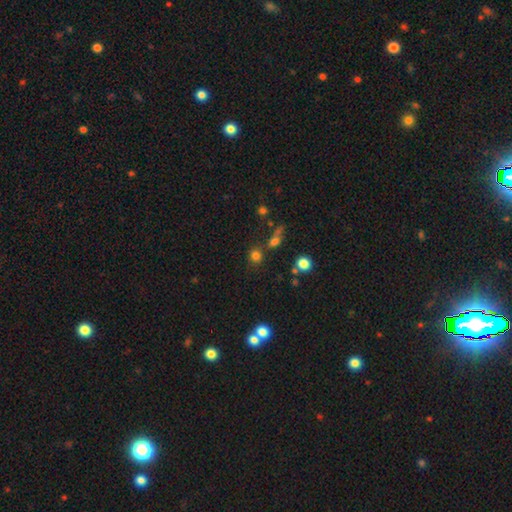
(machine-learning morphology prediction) Q: Smooth or featured?
A: smooth (75%); runner-up: star or artifact (18%)
Q: How rounded?
A: round (83%); runner-up: in between (16%)
Q: Merging?
A: none (70%); runner-up: merger (14%)